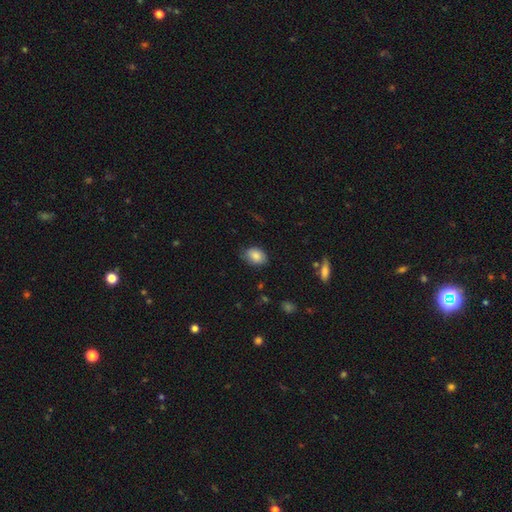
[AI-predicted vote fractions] A smooth galaxy with no disk features (82%) that is in between round and cigar-shaped (70%).

Vote fractions:
- Smooth or featured? smooth: 82% / featured or disk: 10% / star or artifact: 8%
- How rounded? in between: 70% / round: 29% / cigar-shaped: 1%
- Merging? none: 72% / minor disturbance: 23% / major disturbance: 4% / merger: 1%